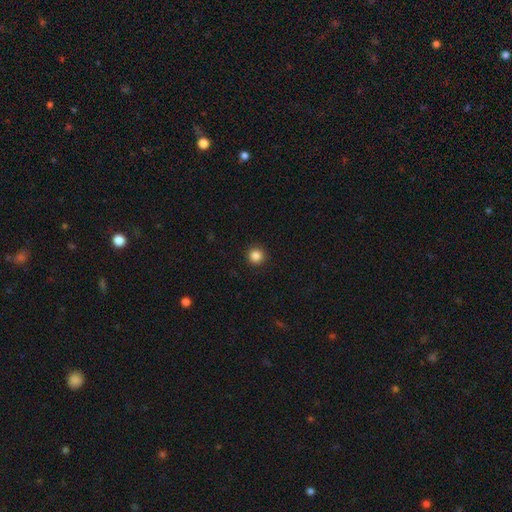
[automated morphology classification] A smooth galaxy with no disk features (85%) that is round (96%).

Vote fractions:
- Smooth or featured? smooth: 85% / star or artifact: 11% / featured or disk: 4%
- How rounded? round: 96% / in between: 3% / cigar-shaped: 1%
- Merging? none: 93% / minor disturbance: 4% / major disturbance: 2% / merger: 1%